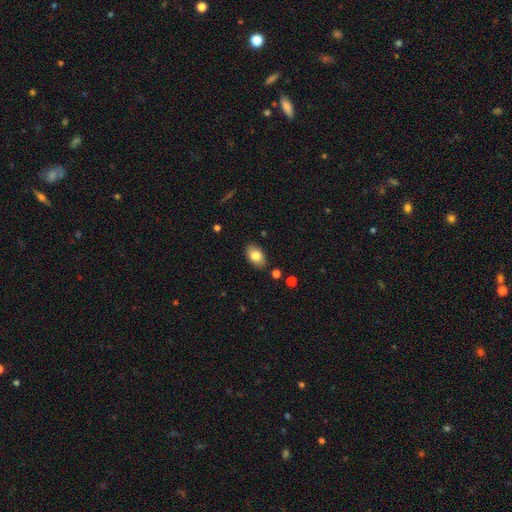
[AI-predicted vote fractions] The model was most divided on "smooth or featured": smooth: 82%, featured or disk: 11%, star or artifact: 7%. More confident: how rounded — in between (89%); merging — none (85%).